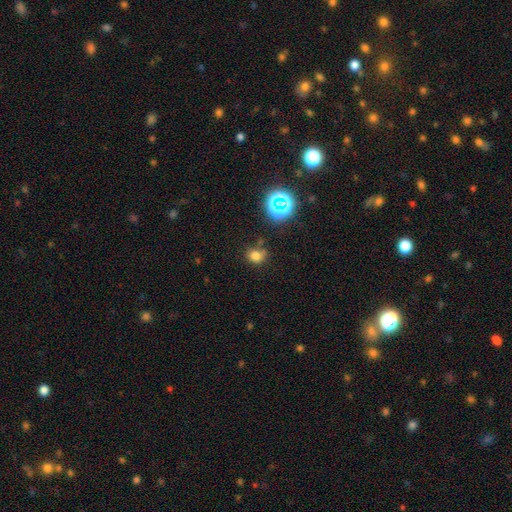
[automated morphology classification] Overall: smooth (73%). How rounded: round (75%). Merging: none (71%).